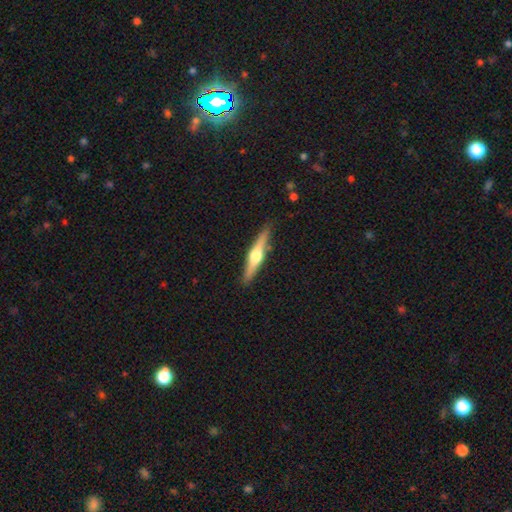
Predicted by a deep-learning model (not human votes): Smooth or featured? Predicted: featured or disk (p=0.68). Edge-on disk? Predicted: yes (p=0.97). Edge-on bulge? Predicted: rounded (p=0.94). Merging? Predicted: none (p=0.88).